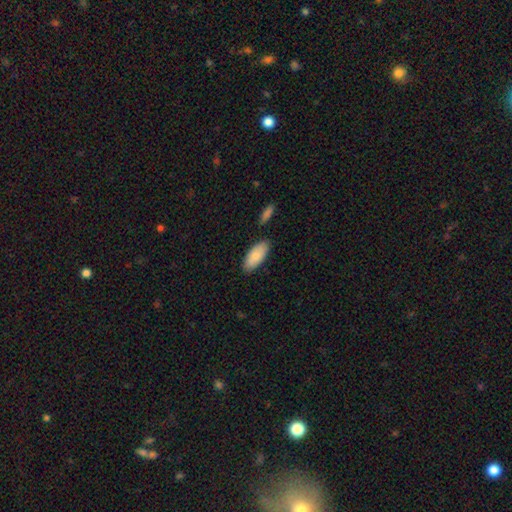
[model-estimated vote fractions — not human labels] A smooth galaxy with no disk features (83%) that is in between round and cigar-shaped (90%). Merging: none (83%).